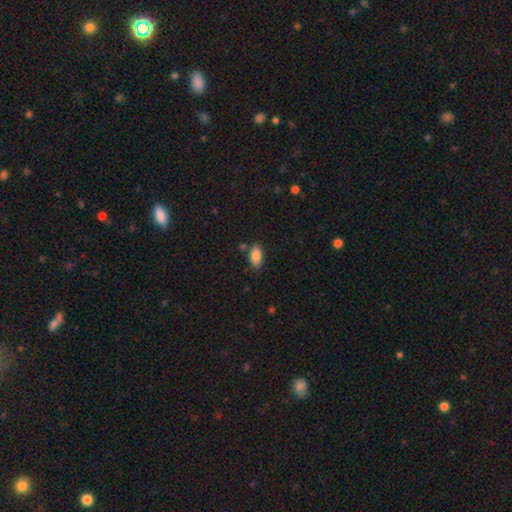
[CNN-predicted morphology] Smooth or featured?
  - smooth: 87% *
  - star or artifact: 8%
  - featured or disk: 6%
How rounded?
  - in between: 91% *
  - cigar-shaped: 6%
  - round: 3%
Merging?
  - none: 76% *
  - minor disturbance: 15%
  - merger: 6%
  - major disturbance: 3%